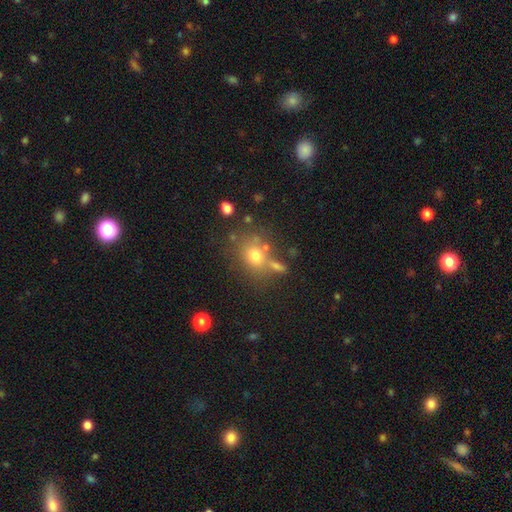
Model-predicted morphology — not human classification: Q: Smooth or featured?
A: smooth (70%); runner-up: star or artifact (16%)
Q: How rounded?
A: round (62%); runner-up: in between (37%)
Q: Merging?
A: none (63%); runner-up: merger (16%)